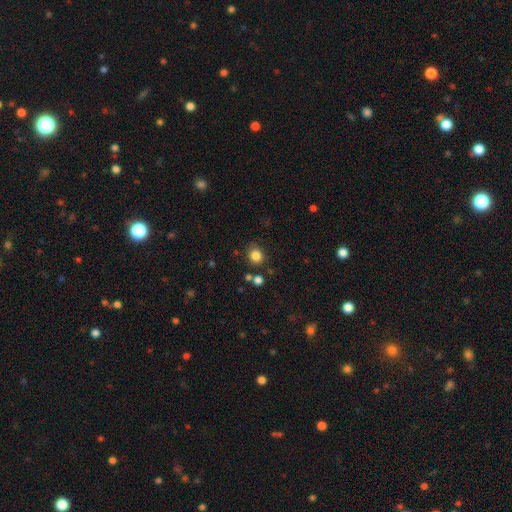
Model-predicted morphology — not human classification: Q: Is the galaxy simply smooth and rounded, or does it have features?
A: smooth — 82%.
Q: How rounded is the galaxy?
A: round — 86%.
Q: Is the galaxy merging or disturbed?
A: none — 82%.